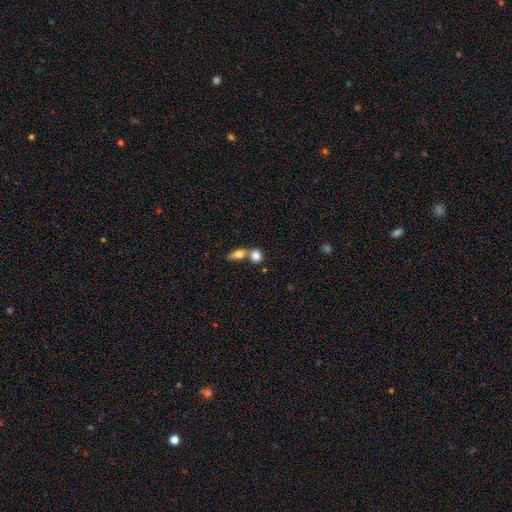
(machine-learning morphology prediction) Smooth or featured?
  - smooth: 82% *
  - featured or disk: 10%
  - star or artifact: 8%
How rounded?
  - in between: 48% * (tied)
  - round: 48% * (tied)
  - cigar-shaped: 4%
Merging?
  - merger: 54% *
  - none: 35%
  - minor disturbance: 7%
  - major disturbance: 3%